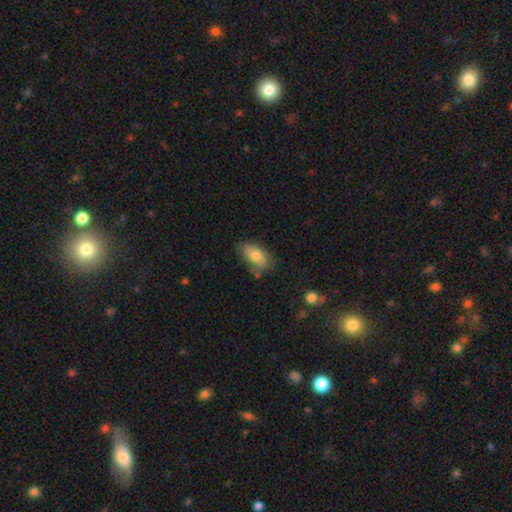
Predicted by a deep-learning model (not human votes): Morphology: type=smooth (74%); roundness=in between (91%); merging=none (63%).